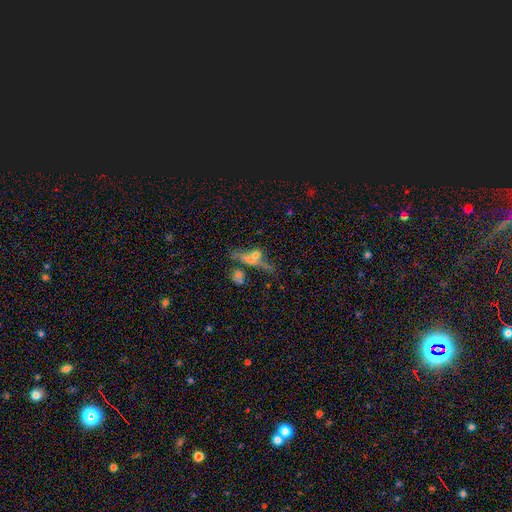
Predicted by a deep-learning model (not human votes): smooth-or-featured: smooth: 44% | featured or disk: 37% | star or artifact: 19%
  merging: none: 38% | merger: 37% | minor disturbance: 12% | major disturbance: 12%